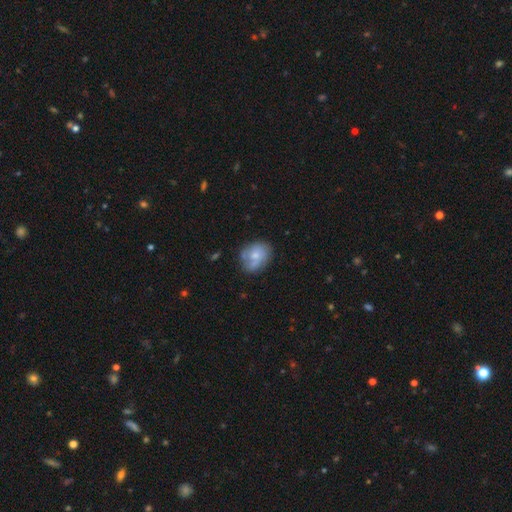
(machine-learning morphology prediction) smooth_or_featured: smooth (p=0.56) [alt: featured or disk p=0.37]
how_rounded: in between (p=0.50) [alt: round p=0.49]
merging: none (p=0.57) [alt: minor disturbance p=0.26]